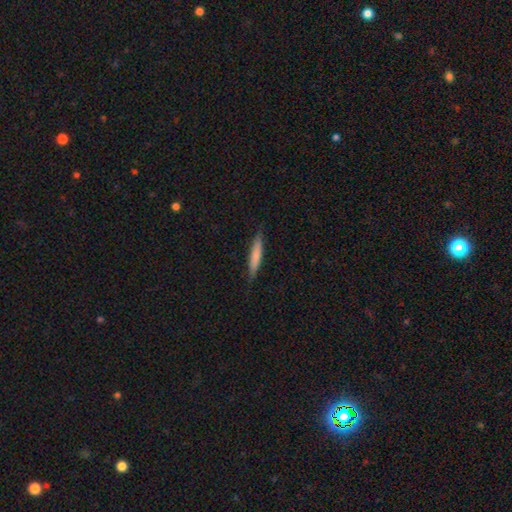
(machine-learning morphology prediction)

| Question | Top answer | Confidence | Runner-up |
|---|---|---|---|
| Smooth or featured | smooth | 75% | featured or disk (20%) |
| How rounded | cigar-shaped | 91% | in between (8%) |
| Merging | none | 86% | minor disturbance (11%) |